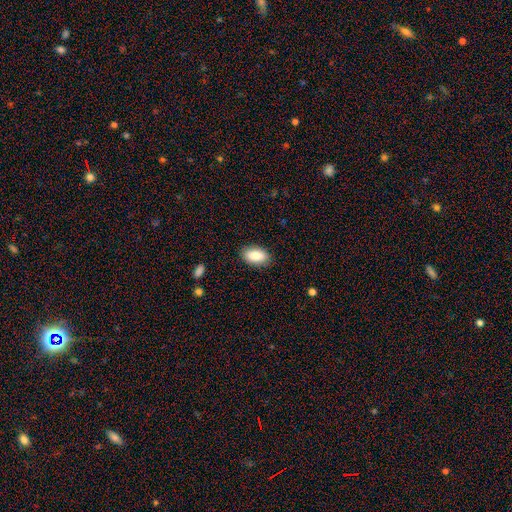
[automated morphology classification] smooth_or_featured: smooth (p=0.86) [alt: featured or disk p=0.07]
how_rounded: in between (p=0.94) [alt: round p=0.04]
merging: none (p=0.86) [alt: minor disturbance p=0.11]